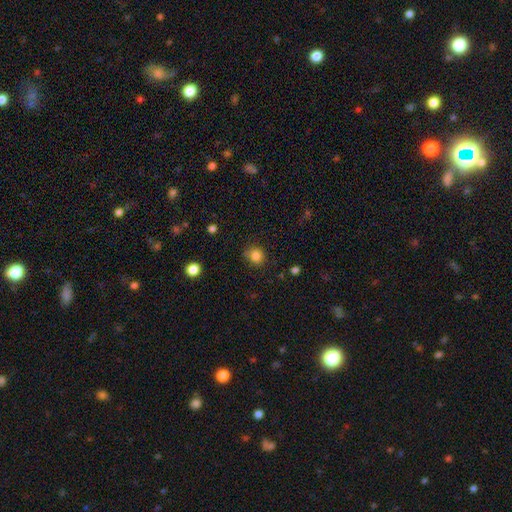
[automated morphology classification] smooth_or_featured: smooth (p=0.84) [alt: star or artifact p=0.12]
how_rounded: round (p=0.88) [alt: in between p=0.11]
merging: none (p=0.79) [alt: minor disturbance p=0.14]